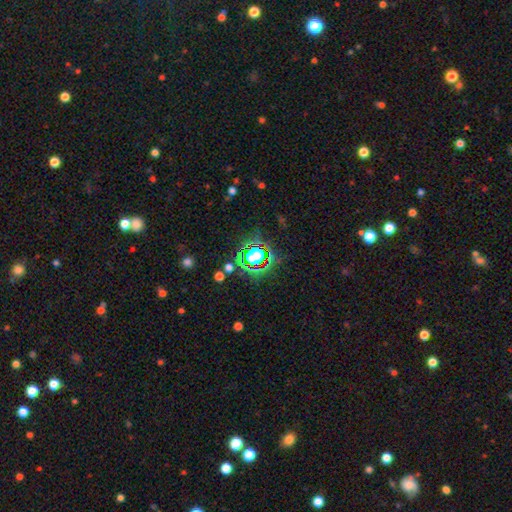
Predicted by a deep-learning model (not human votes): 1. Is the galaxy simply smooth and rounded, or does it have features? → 63% star or artifact, 25% smooth, 12% featured or disk.